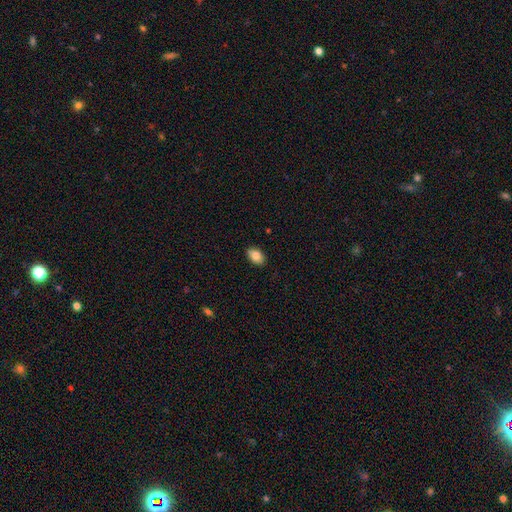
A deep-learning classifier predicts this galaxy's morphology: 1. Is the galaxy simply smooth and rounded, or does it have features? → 85% smooth, 8% star or artifact, 7% featured or disk.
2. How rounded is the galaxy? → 83% in between, 15% round, 1% cigar-shaped.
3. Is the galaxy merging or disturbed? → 89% none, 8% minor disturbance, 2% major disturbance, 1% merger.